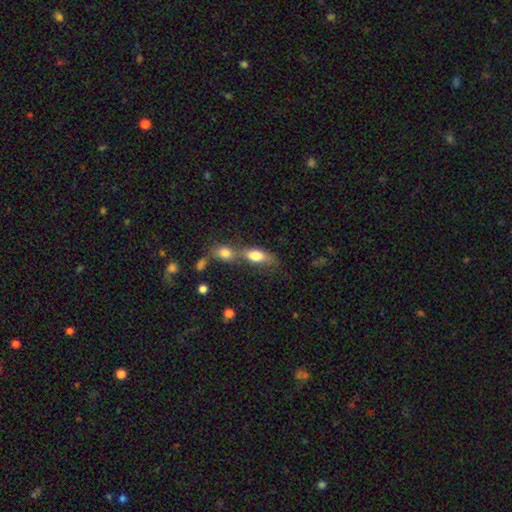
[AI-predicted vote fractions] A smooth galaxy with no disk features (79%) that is in between round and cigar-shaped (81%). Merging: merger (51%).